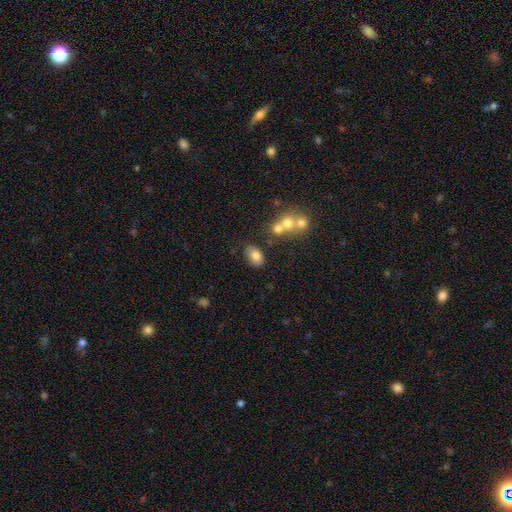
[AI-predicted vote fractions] Smooth or featured?
  - smooth: 77% *
  - featured or disk: 13%
  - star or artifact: 10%
How rounded?
  - in between: 87% *
  - round: 12%
  - cigar-shaped: 1%
Merging?
  - none: 74% *
  - minor disturbance: 14%
  - merger: 9%
  - major disturbance: 4%